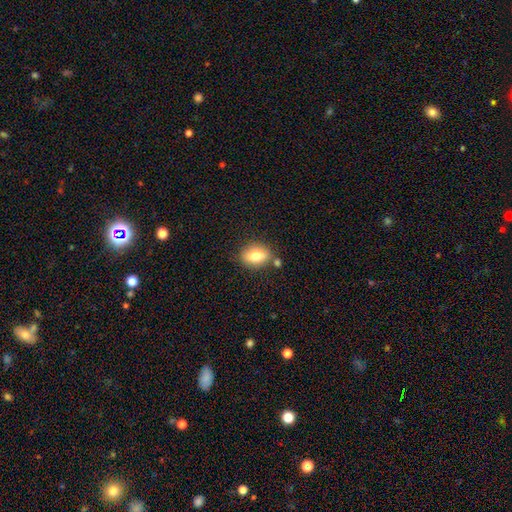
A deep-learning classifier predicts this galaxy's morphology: smooth 73%, featured or disk 18%, star or artifact 9%. Down the decision tree: how rounded — in between (66%); merging — none (76%).